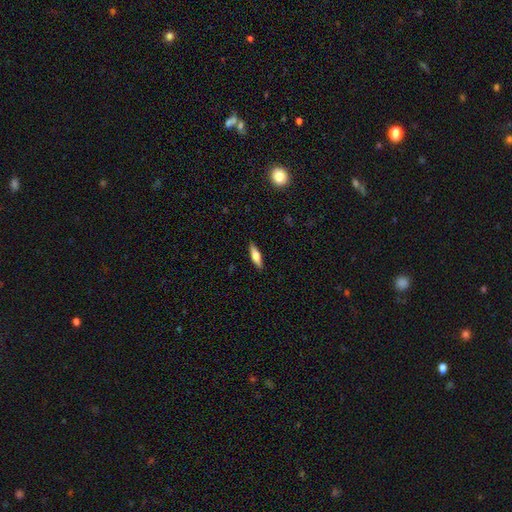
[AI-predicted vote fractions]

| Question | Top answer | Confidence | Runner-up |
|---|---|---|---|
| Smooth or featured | smooth | 67% | featured or disk (27%) |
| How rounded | cigar-shaped | 56% | in between (42%) |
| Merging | none | 89% | minor disturbance (8%) |